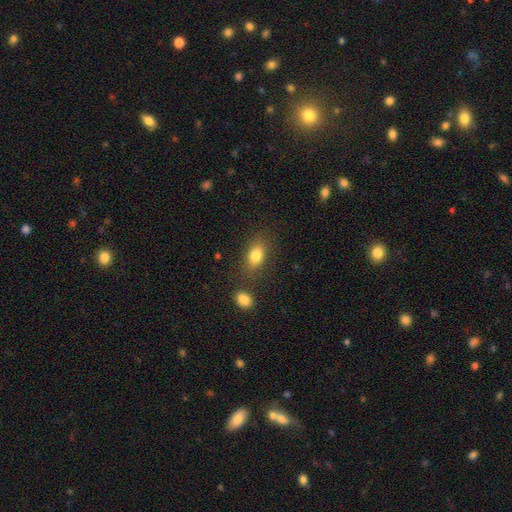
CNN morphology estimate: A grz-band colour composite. It shows a smooth galaxy with no disk features (82%) that is in between round and cigar-shaped (85%). Merging: none (76%).